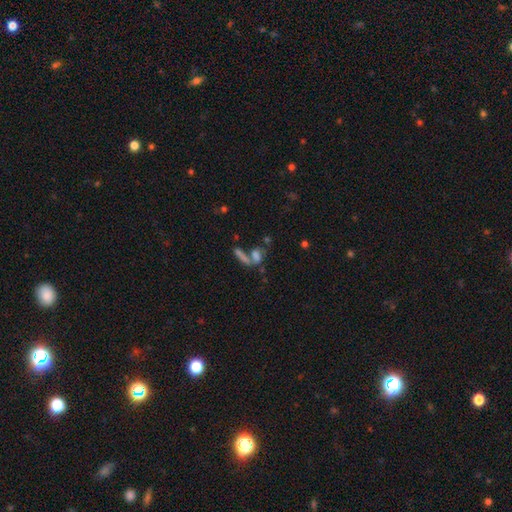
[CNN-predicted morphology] Smooth or featured? smooth (62%)
How rounded? in between (55%)
Merging? merger (47%)